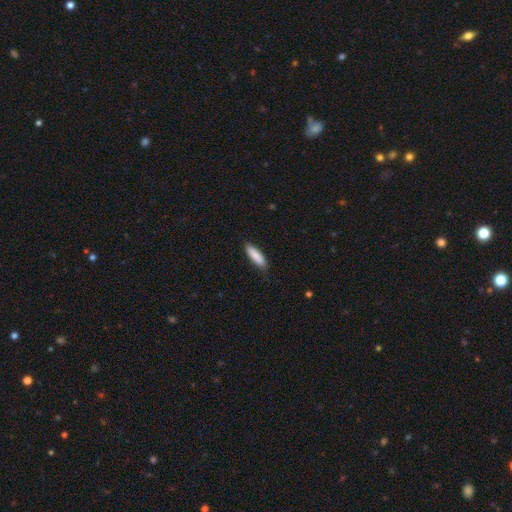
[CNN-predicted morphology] Overall: smooth (88%). How rounded: cigar-shaped (69%; in between 30%). Merging: none (84%).